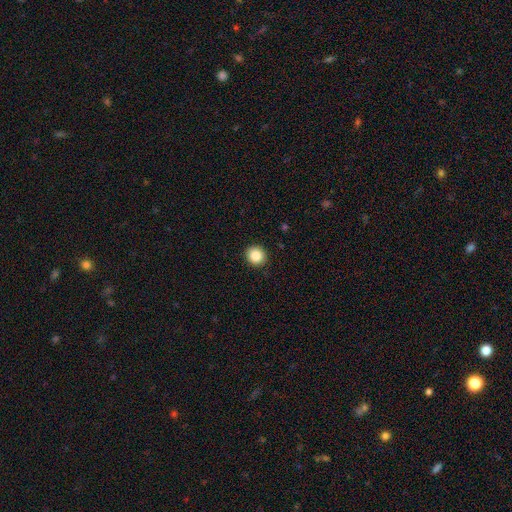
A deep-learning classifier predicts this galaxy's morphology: Smooth or featured? smooth (87%)
How rounded? round (90%)
Merging? none (92%)